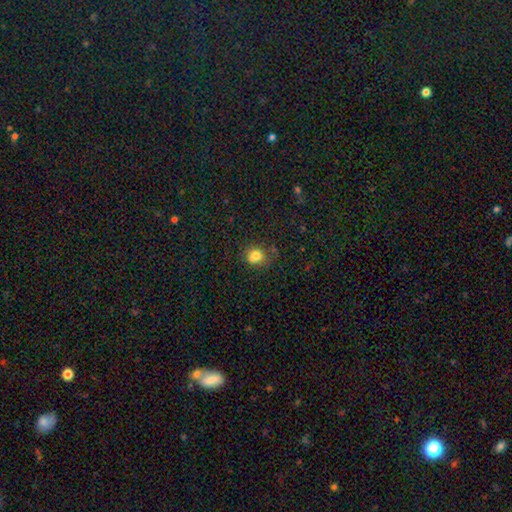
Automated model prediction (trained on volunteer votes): Smooth or featured? Predicted: smooth (p=0.77). How rounded? Predicted: round (p=0.75). Merging? Predicted: none (p=0.60).